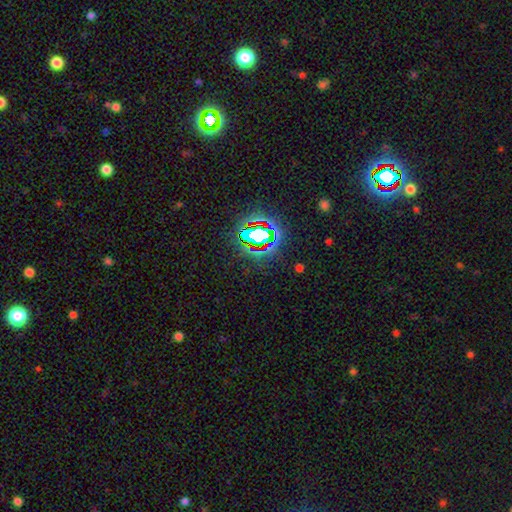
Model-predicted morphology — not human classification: smooth-or-featured: star or artifact: 78% | smooth: 13% | featured or disk: 9%